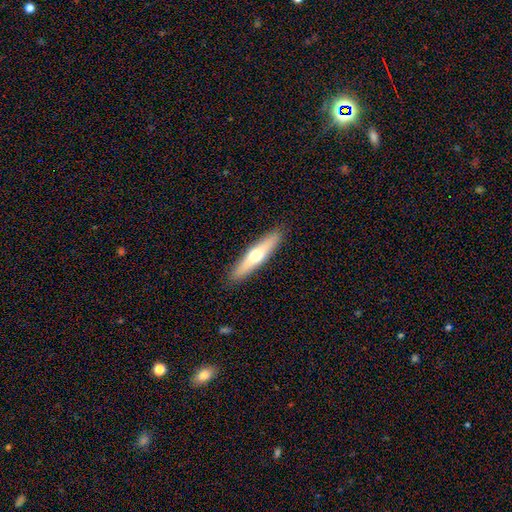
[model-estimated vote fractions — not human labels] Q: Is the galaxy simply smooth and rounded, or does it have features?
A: smooth — 48%.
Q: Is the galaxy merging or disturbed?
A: none — 90%.